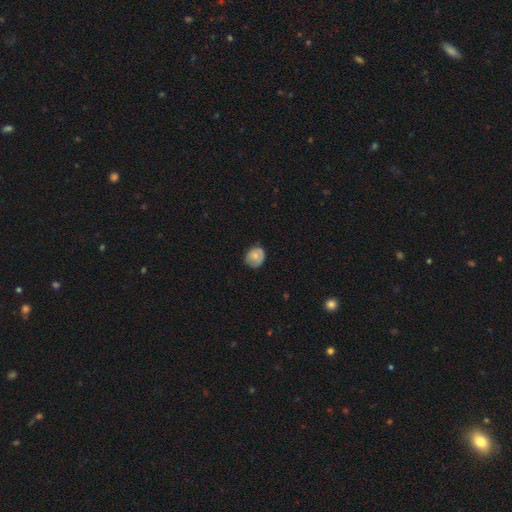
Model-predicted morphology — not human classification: A smooth galaxy with no disk features (64%) that is round (70%).

Vote fractions:
- Smooth or featured? smooth: 64% / featured or disk: 28% / star or artifact: 8%
- How rounded? round: 70% / in between: 30% / cigar-shaped: 1%
- Merging? none: 67% / minor disturbance: 27% / major disturbance: 5% / merger: 1%